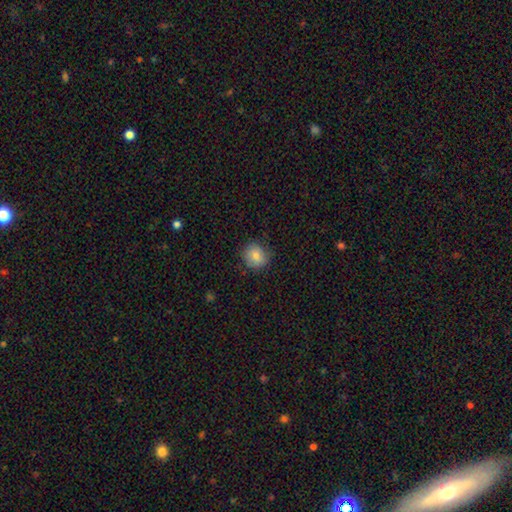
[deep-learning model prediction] This is likely a smooth galaxy (80%). How rounded: clearly round (84%). Merging: clearly none (80%).